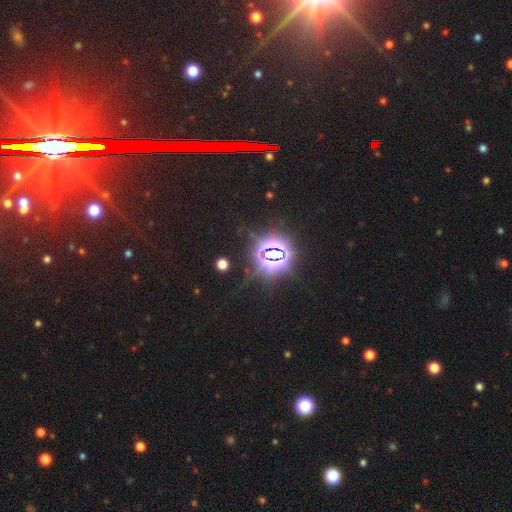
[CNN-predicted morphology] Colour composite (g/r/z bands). It shows a star or artifact, not a galaxy (81%).